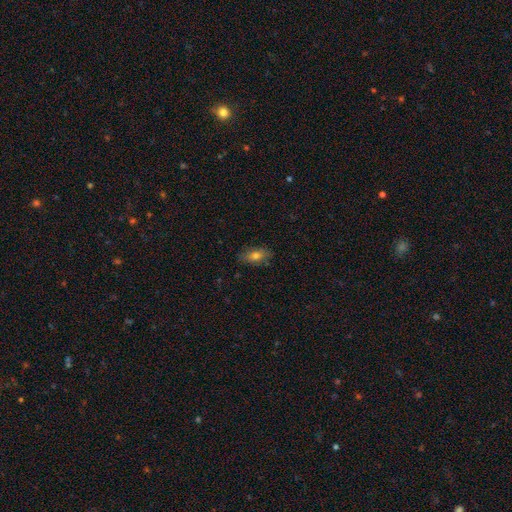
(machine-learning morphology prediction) smooth_or_featured: smooth (p=0.73) [alt: featured or disk p=0.18]
how_rounded: in between (p=0.84) [alt: cigar-shaped p=0.09]
merging: none (p=0.82) [alt: minor disturbance p=0.14]